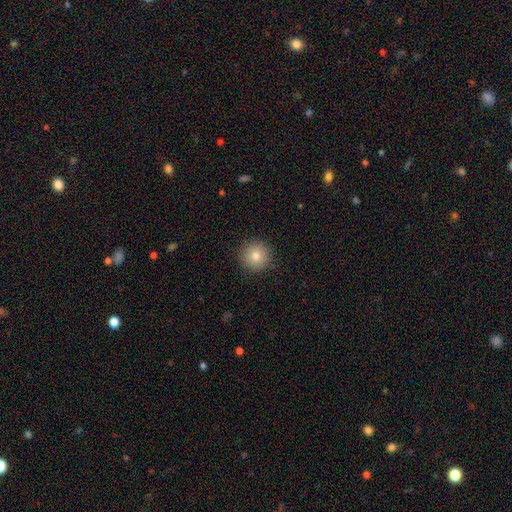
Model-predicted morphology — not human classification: A smooth galaxy with no disk features (82%) that is round (95%). Merging: none (92%).